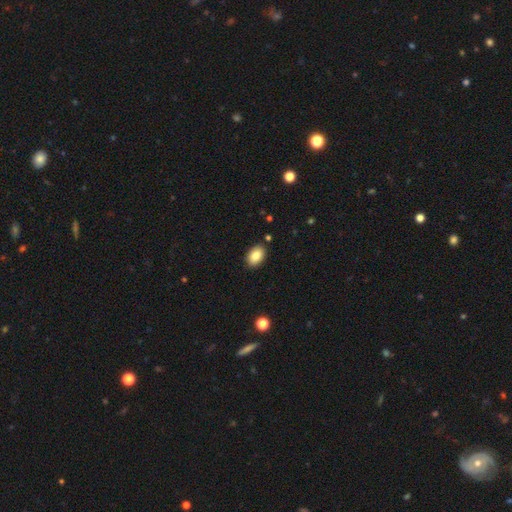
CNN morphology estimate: This is clearly a smooth galaxy (85%). How rounded: clearly in between (87%). Merging: clearly none (89%).